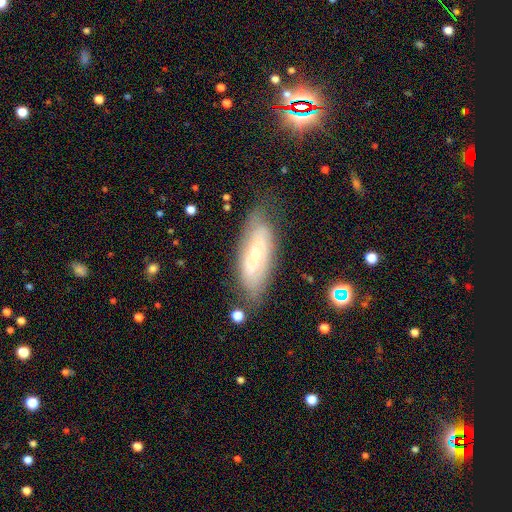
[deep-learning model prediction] smooth-or-featured: featured or disk: 63% | smooth: 29% | star or artifact: 8%
  disk-edge-on: no: 79% | yes: 21%
    bar: no: 59% | weak: 28% | strong: 12%
    has-spiral-arms: yes: 61% | no: 39%
    bulge-size: small: 58% | moderate: 38% | large: 2% | none: 1% | dominant: 1%
  merging: none: 74% | minor disturbance: 18% | major disturbance: 6% | merger: 3%